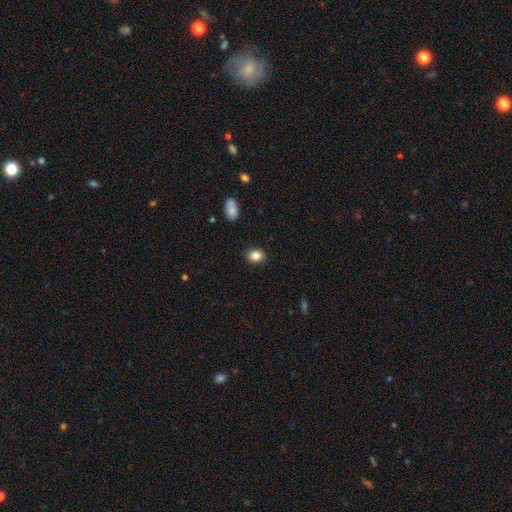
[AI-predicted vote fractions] Q: Smooth or featured?
A: smooth (85%); runner-up: star or artifact (10%)
Q: How rounded?
A: round (55%); runner-up: in between (44%)
Q: Merging?
A: none (87%); runner-up: minor disturbance (10%)